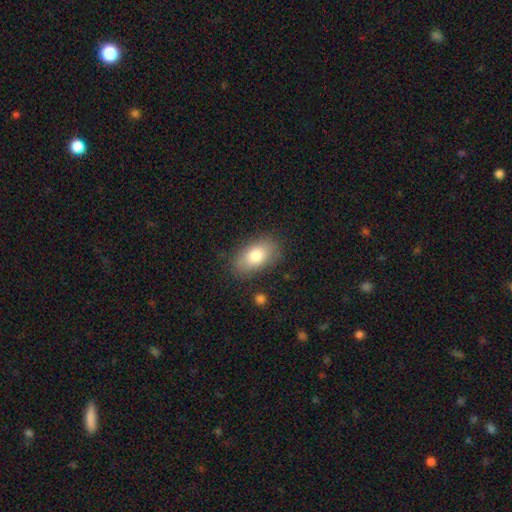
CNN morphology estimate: A smooth galaxy with no disk features (80%) that is in between round and cigar-shaped (92%). Merging: none (82%).